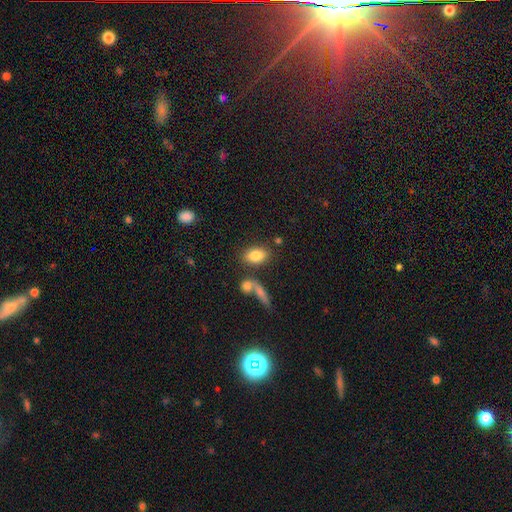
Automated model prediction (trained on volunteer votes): This appears to be a smooth galaxy with no disk features (82%) that is in between round and cigar-shaped (87%). Merging: none (68%).